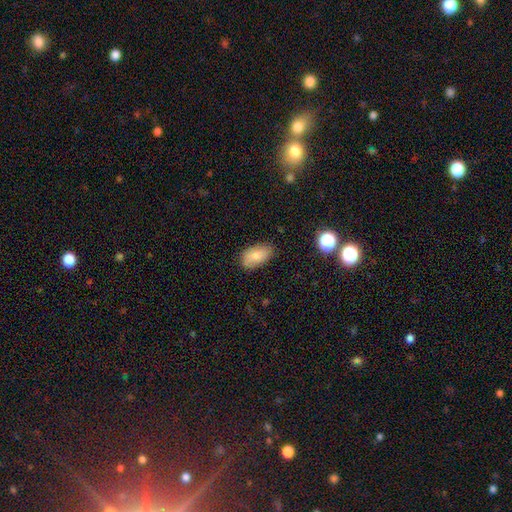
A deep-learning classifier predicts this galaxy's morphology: type=smooth (78%); roundness=in between (93%); merging=none (76%).